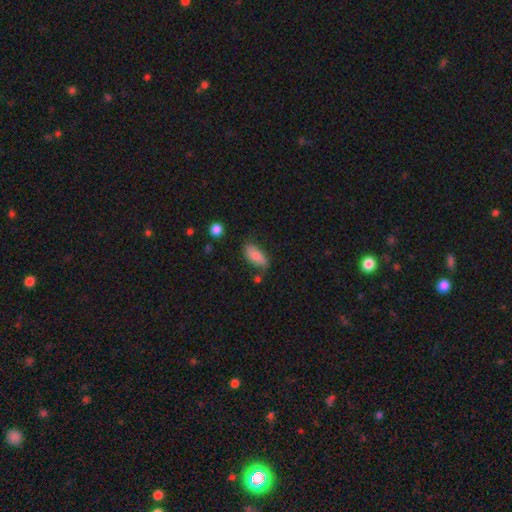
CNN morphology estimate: Smooth or featured? Predicted: smooth (p=0.80). How rounded? Predicted: in between (p=0.88). Merging? Predicted: none (p=0.62).